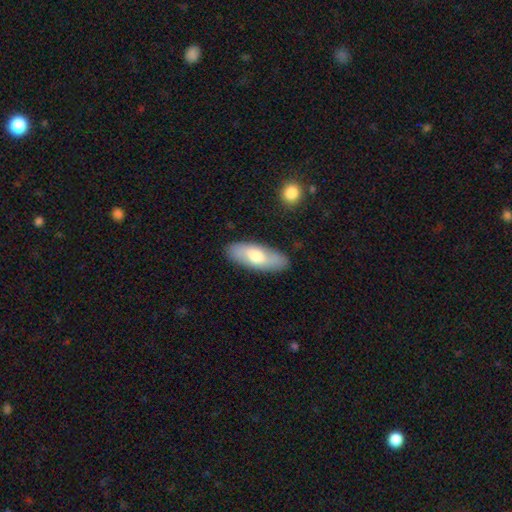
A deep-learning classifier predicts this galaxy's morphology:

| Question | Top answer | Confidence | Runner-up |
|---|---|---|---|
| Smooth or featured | smooth | 64% | featured or disk (31%) |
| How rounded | in between | 79% | cigar-shaped (19%) |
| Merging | none | 86% | minor disturbance (10%) |